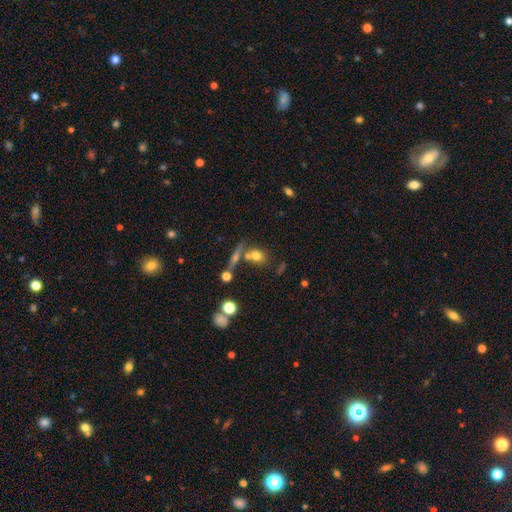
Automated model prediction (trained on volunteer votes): Smooth or featured? smooth (69%)
How rounded? round (63%)
Merging? none (54%)